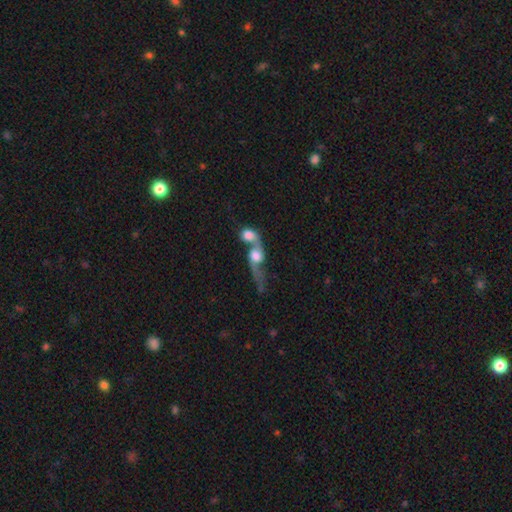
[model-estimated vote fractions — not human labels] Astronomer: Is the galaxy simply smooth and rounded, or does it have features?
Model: featured or disk — 50% (runner-up: smooth, 40%).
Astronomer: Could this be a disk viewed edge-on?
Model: no — 80%.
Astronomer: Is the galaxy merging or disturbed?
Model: merger — 78%.